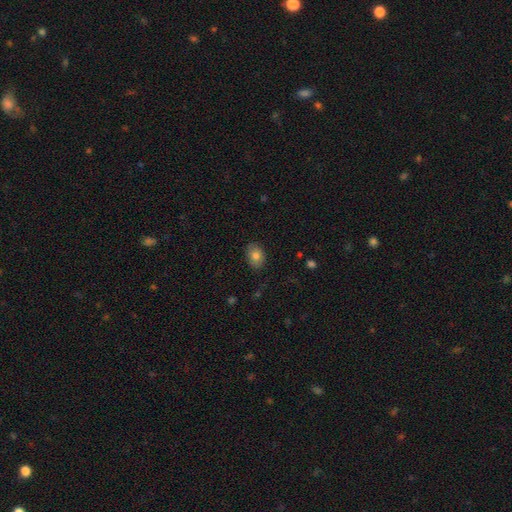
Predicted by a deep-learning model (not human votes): Smooth or featured? Predicted: smooth (p=0.81). How rounded? Predicted: in between (p=0.77). Merging? Predicted: none (p=0.85).